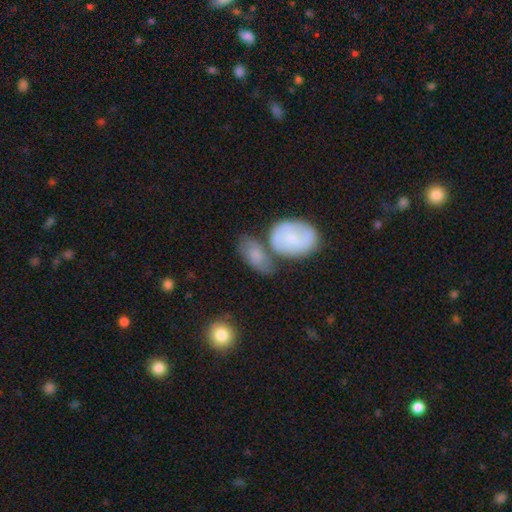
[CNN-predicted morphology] type=smooth (70%); roundness=in between (86%); merging=none (42%).